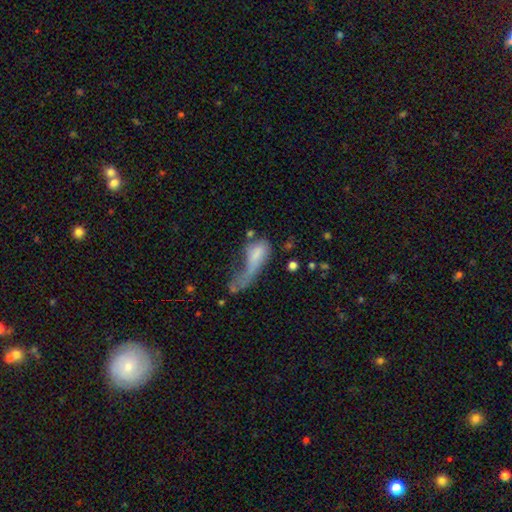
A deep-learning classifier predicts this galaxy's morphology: Smooth or featured? Predicted: smooth (p=0.61). How rounded? Predicted: in between (p=0.70). Merging? Predicted: major disturbance (p=0.61).